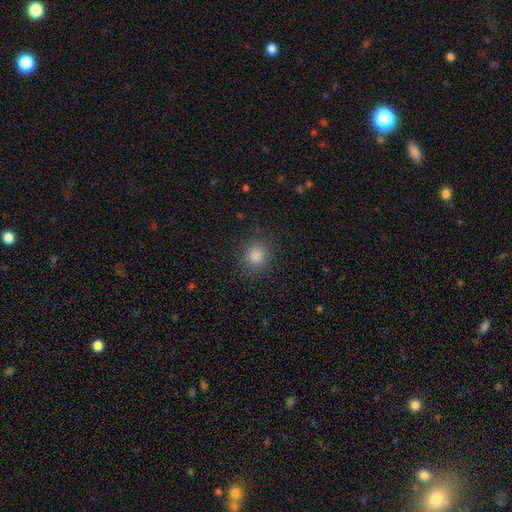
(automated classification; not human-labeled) A smooth galaxy with no disk features (83%) that is round (85%).

Vote fractions:
- Smooth or featured? smooth: 83% / star or artifact: 13% / featured or disk: 4%
- How rounded? round: 85% / in between: 14% / cigar-shaped: 1%
- Merging? none: 88% / minor disturbance: 8% / major disturbance: 3% / merger: 1%